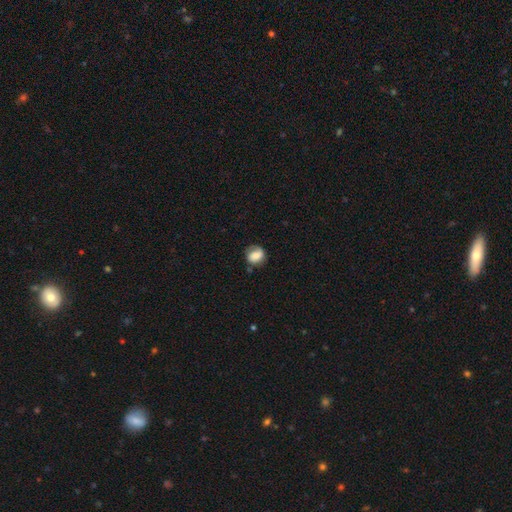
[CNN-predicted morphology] smooth 68%, featured or disk 24%, star or artifact 9%. Down the decision tree: how rounded — round (64%); merging — none (59%).